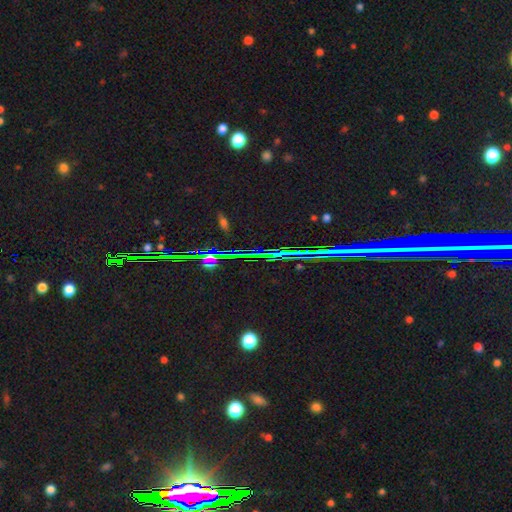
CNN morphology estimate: smooth-or-featured: star or artifact: 84% | featured or disk: 9% | smooth: 8%